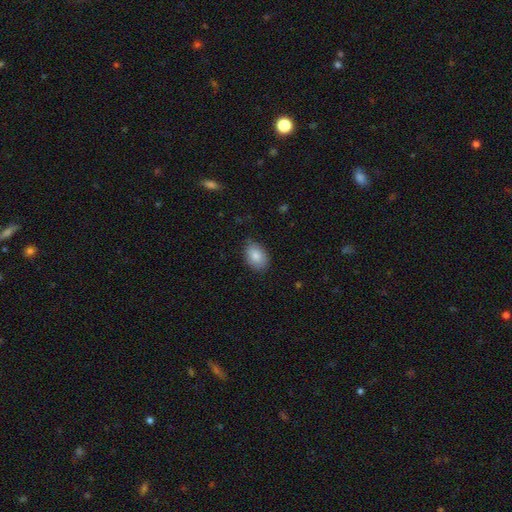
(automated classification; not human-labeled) Smooth or featured? smooth (85%)
How rounded? in between (86%)
Merging? none (77%)